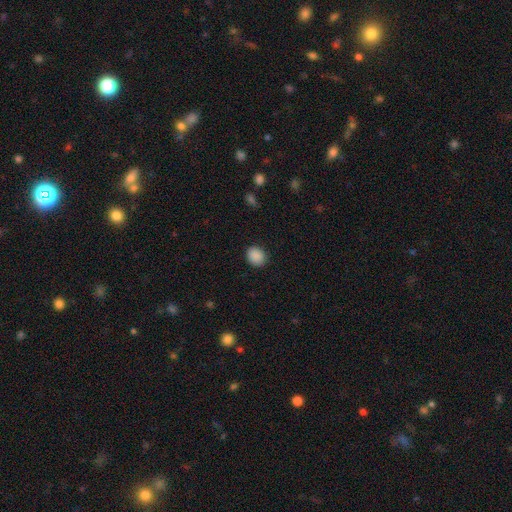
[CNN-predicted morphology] smooth 88%, star or artifact 9%, featured or disk 3%. Down the decision tree: how rounded — round (68%); merging — none (88%).